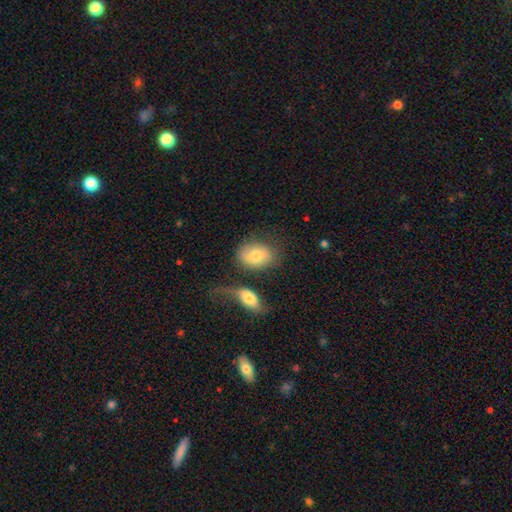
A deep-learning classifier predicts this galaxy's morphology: A smooth galaxy with no disk features (73%) that is in between round and cigar-shaped (73%).

Vote fractions:
- Smooth or featured? smooth: 73% / featured or disk: 20% / star or artifact: 7%
- How rounded? in between: 73% / round: 26% / cigar-shaped: 1%
- Merging? none: 53% / merger: 20% / minor disturbance: 17% / major disturbance: 10%